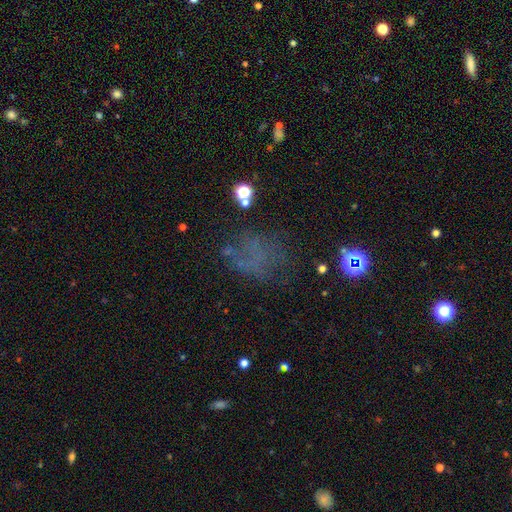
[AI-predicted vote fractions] smooth_or_featured: star or artifact (p=0.40) [alt: smooth p=0.35]